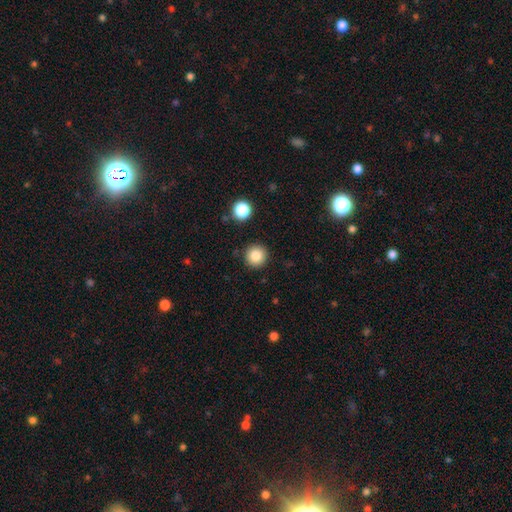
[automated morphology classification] Smooth or featured?
  - smooth: 85% *
  - star or artifact: 11%
  - featured or disk: 5%
How rounded?
  - round: 95% *
  - in between: 4%
  - cigar-shaped: 1%
Merging?
  - none: 90% *
  - minor disturbance: 6%
  - major disturbance: 2%
  - merger: 2%